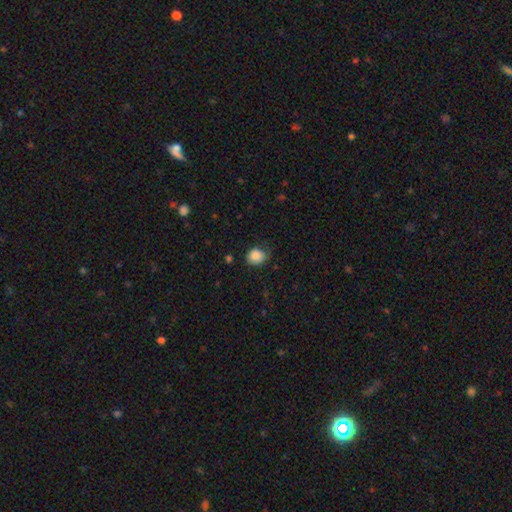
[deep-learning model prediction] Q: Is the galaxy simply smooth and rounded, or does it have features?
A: smooth — 85%.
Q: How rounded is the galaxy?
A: round — 62%.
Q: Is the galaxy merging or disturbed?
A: none — 61%.